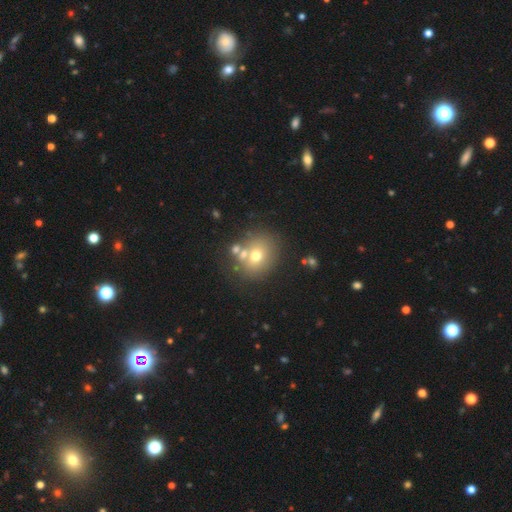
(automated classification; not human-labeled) smooth 65%, featured or disk 21%, star or artifact 15%. Down the decision tree: how rounded — round (67%); merging — none (61%).